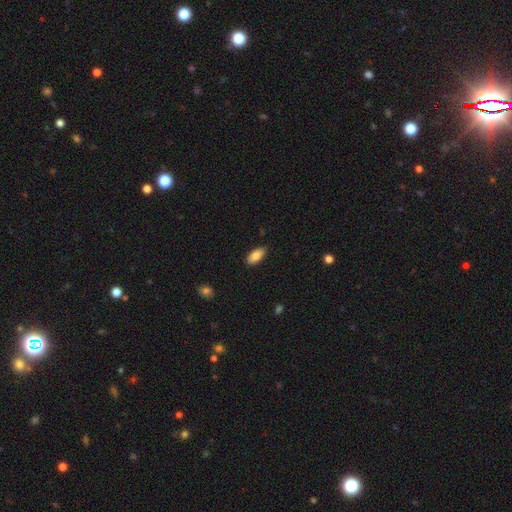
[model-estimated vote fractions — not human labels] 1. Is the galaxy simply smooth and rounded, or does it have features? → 85% smooth, 8% featured or disk, 7% star or artifact.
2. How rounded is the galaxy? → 90% in between, 8% cigar-shaped, 2% round.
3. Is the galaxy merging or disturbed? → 88% none, 9% minor disturbance, 2% major disturbance, 1% merger.